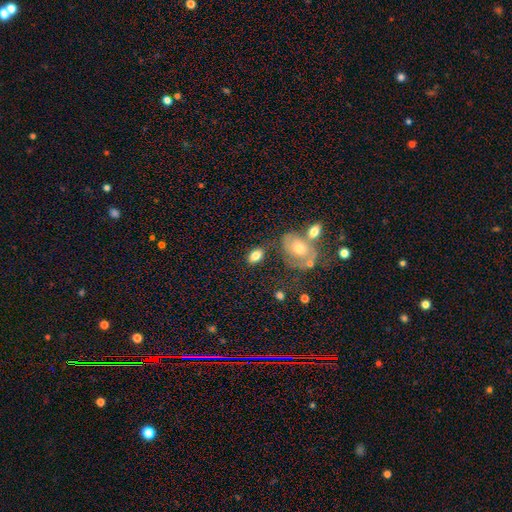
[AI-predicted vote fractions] A smooth galaxy with no disk features (80%) that is in between round and cigar-shaped (88%).

Vote fractions:
- Smooth or featured? smooth: 80% / featured or disk: 12% / star or artifact: 8%
- How rounded? in between: 88% / round: 10% / cigar-shaped: 2%
- Merging? none: 72% / minor disturbance: 14% / merger: 10% / major disturbance: 5%